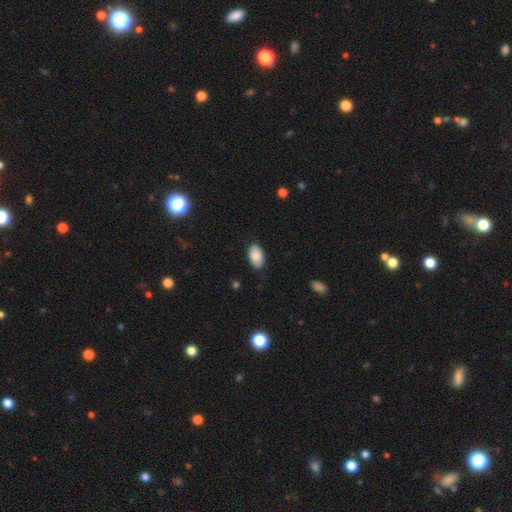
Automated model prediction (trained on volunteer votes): The model was most divided on "merging": none: 84%, minor disturbance: 13%, major disturbance: 2%, merger: 1%. More confident: how rounded — in between (95%); smooth or featured — smooth (85%).